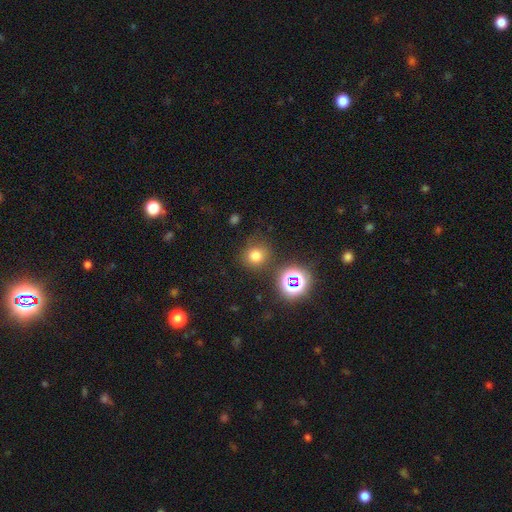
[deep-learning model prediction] A smooth galaxy with no disk features (72%) that is round (88%). Merging: none (80%).